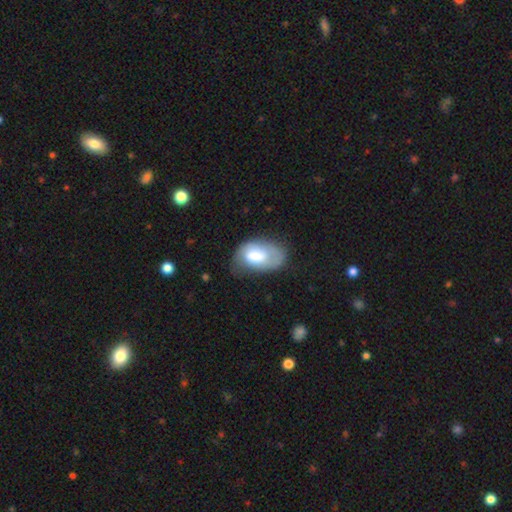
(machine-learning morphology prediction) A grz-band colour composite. It shows a smooth galaxy with no disk features (61%) that is in between round and cigar-shaped (90%). Merging: none (48%).